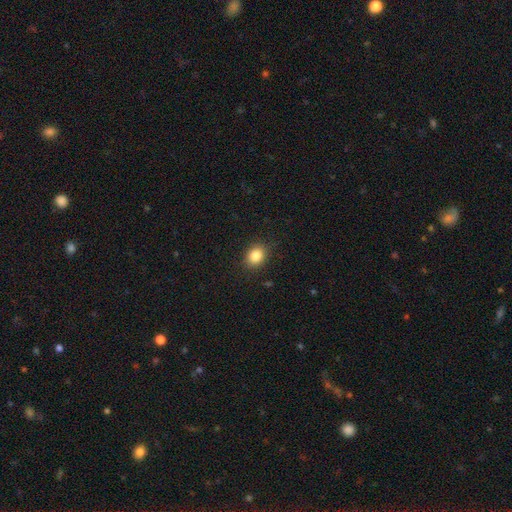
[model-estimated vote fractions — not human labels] Q: Smooth or featured?
A: smooth (85%); runner-up: star or artifact (10%)
Q: How rounded?
A: in between (52%); runner-up: round (47%)
Q: Merging?
A: none (87%); runner-up: minor disturbance (9%)